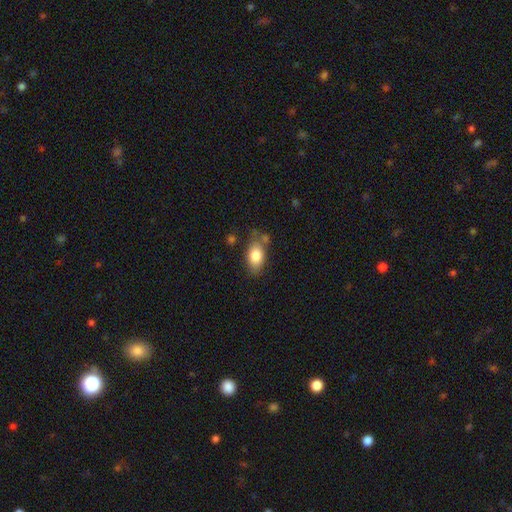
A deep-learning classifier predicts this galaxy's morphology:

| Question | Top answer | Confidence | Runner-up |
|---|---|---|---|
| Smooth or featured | smooth | 82% | featured or disk (11%) |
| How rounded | in between | 88% | round (9%) |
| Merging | none | 67% | minor disturbance (20%) |